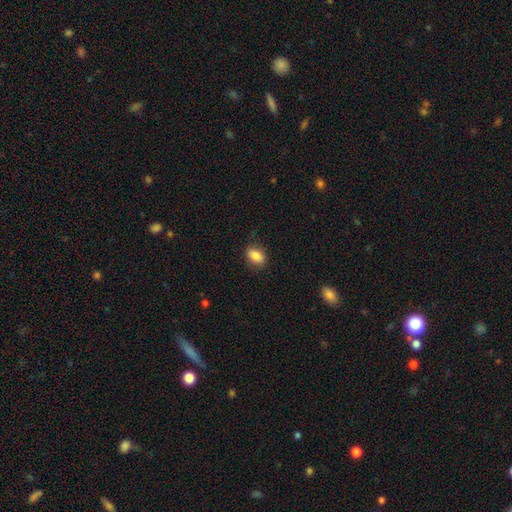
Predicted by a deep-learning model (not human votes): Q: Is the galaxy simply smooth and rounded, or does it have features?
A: smooth — 86%.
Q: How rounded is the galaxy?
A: in between — 84%.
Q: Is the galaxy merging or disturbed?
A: none — 80%.